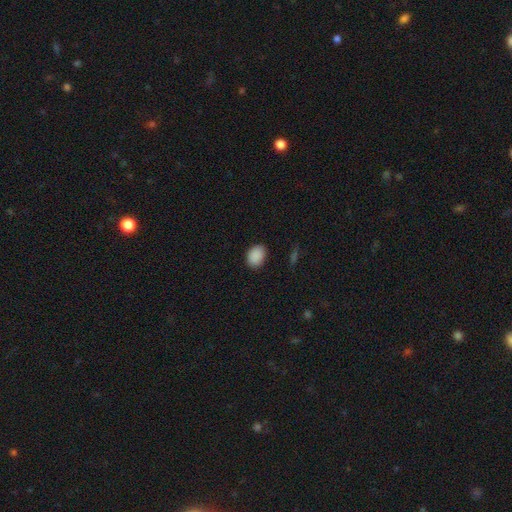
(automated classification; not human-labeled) The model was most divided on "how rounded": in between: 68%, round: 31%, cigar-shaped: 1%. More confident: smooth or featured — smooth (89%); merging — none (85%).